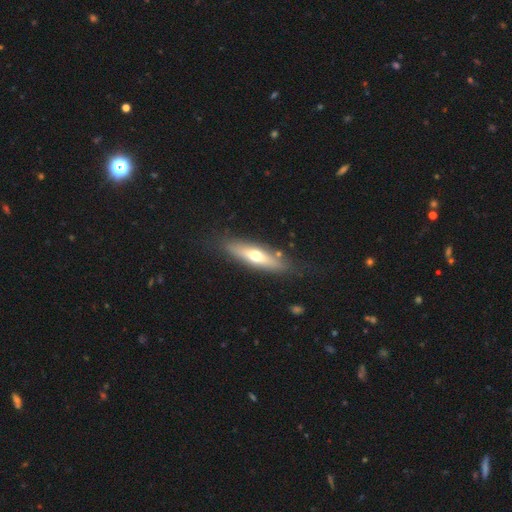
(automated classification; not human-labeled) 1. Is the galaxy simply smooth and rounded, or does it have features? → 49% smooth, 44% featured or disk, 6% star or artifact.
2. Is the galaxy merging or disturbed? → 82% none, 12% minor disturbance, 4% major disturbance, 3% merger.